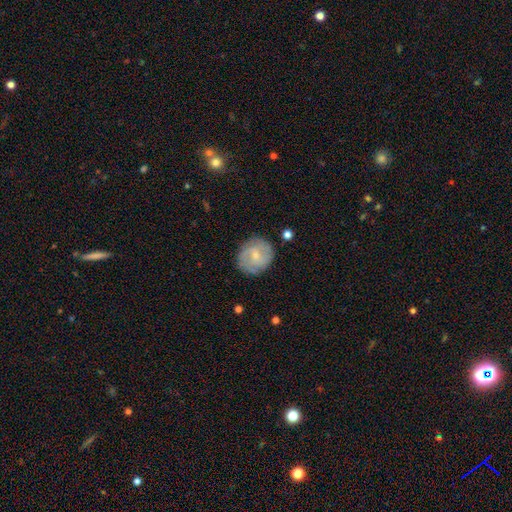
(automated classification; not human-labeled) This is possibly a featured or disk galaxy (53%). It is clearly not viewed edge-on (97%). Bar: possibly no (49%). Spiral arm pattern: likely yes (79%). Central bulge: likely small (62%). Merging: clearly none (81%).